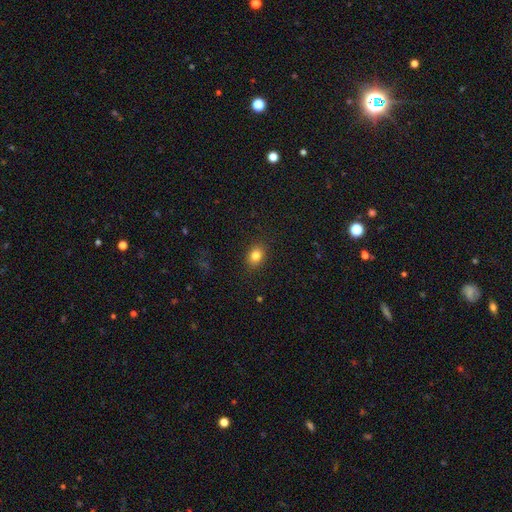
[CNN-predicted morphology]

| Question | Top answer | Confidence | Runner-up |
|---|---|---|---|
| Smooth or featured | smooth | 82% | star or artifact (11%) |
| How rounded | in between | 60% | round (39%) |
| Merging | none | 89% | minor disturbance (8%) |